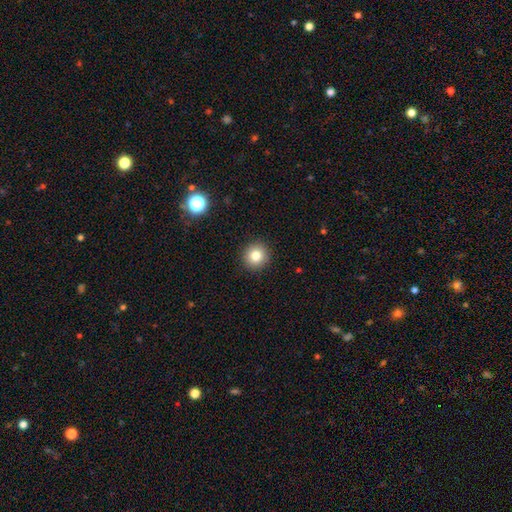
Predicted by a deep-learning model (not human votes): A smooth galaxy with no disk features (81%) that is round (93%).

Vote fractions:
- Smooth or featured? smooth: 81% / star or artifact: 11% / featured or disk: 8%
- How rounded? round: 93% / in between: 6% / cigar-shaped: 1%
- Merging? none: 92% / minor disturbance: 5% / major disturbance: 2% / merger: 1%